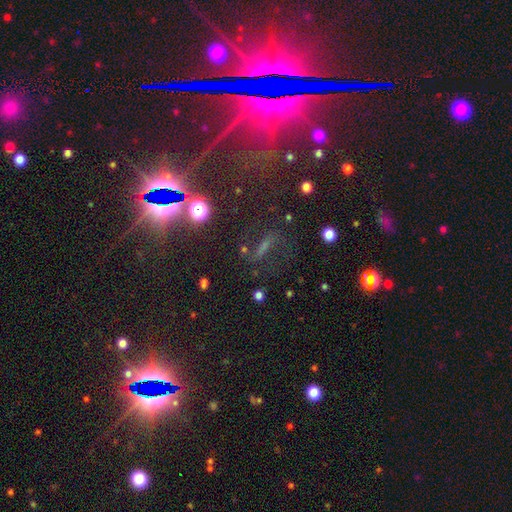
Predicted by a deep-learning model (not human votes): smooth_or_featured: star or artifact (p=0.71) [alt: featured or disk p=0.15]